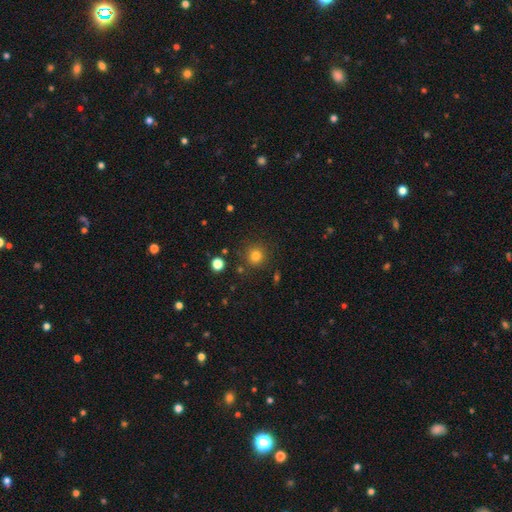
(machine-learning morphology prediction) Q: Smooth or featured?
A: smooth (80%); runner-up: star or artifact (14%)
Q: How rounded?
A: round (93%); runner-up: in between (6%)
Q: Merging?
A: none (86%); runner-up: minor disturbance (8%)